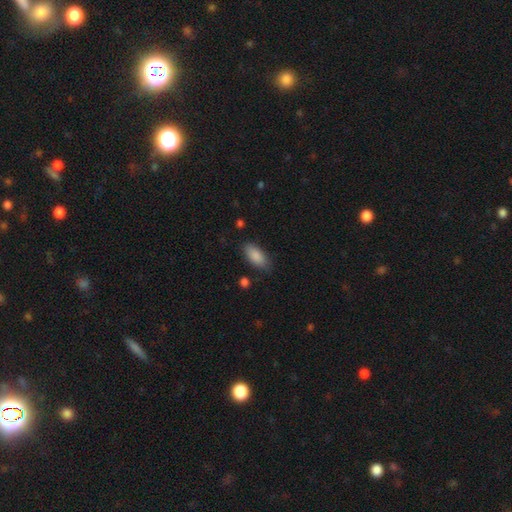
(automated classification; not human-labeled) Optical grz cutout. It shows a smooth galaxy with no disk features (88%) that is in between round and cigar-shaped (88%). Merging: none (80%).